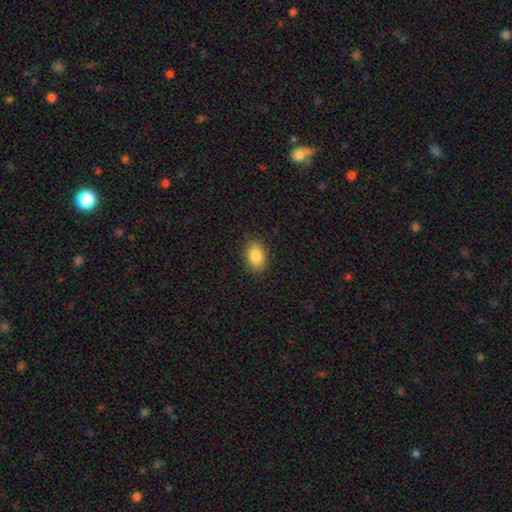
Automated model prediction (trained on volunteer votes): Overall: smooth (86%). How rounded: in between (80%). Merging: none (88%).